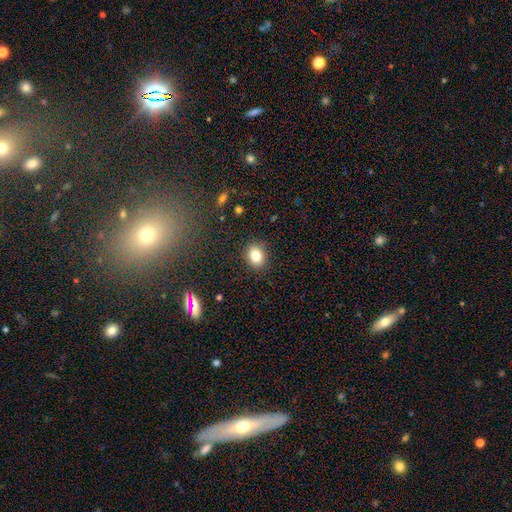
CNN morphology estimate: Q: Smooth or featured?
A: smooth (82%); runner-up: star or artifact (11%)
Q: How rounded?
A: round (51%); runner-up: in between (48%)
Q: Merging?
A: none (88%); runner-up: minor disturbance (9%)